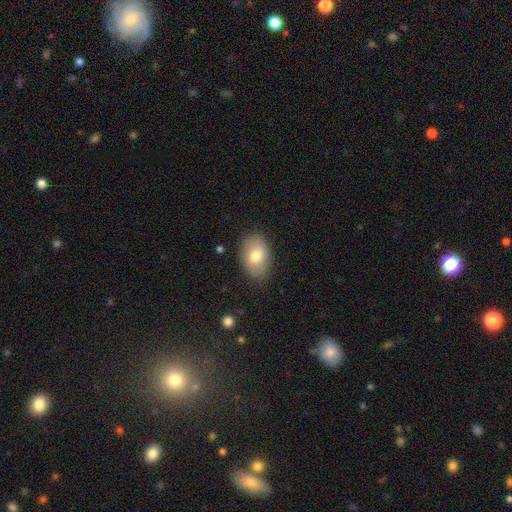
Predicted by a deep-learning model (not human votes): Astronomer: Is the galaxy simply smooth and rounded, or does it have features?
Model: smooth — 74%.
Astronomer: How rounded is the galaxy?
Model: in between — 84%.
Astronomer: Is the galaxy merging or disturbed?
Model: none — 83%.